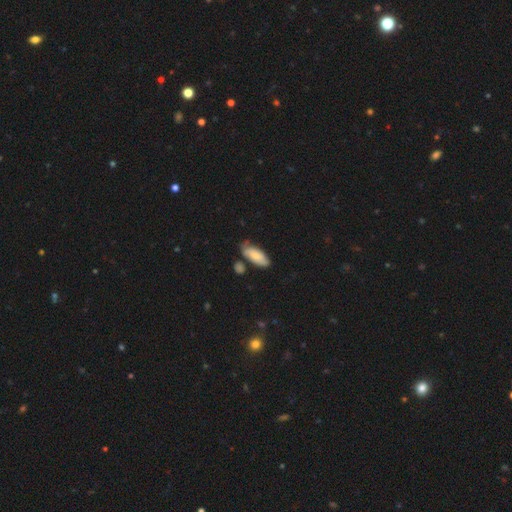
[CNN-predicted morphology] Smooth or featured?
  - smooth: 74% *
  - featured or disk: 20%
  - star or artifact: 6%
How rounded?
  - in between: 80% *
  - cigar-shaped: 18%
  - round: 2%
Merging?
  - none: 58% *
  - minor disturbance: 27%
  - merger: 9%
  - major disturbance: 6%